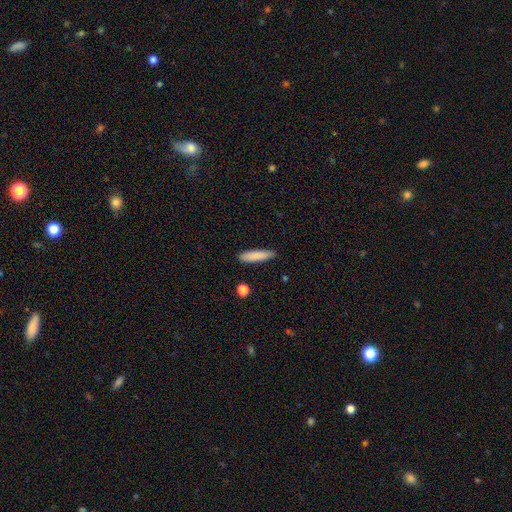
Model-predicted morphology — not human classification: This appears to be a smooth galaxy with no disk features (86%) that is cigar-shaped (79%). Merging: none (87%).